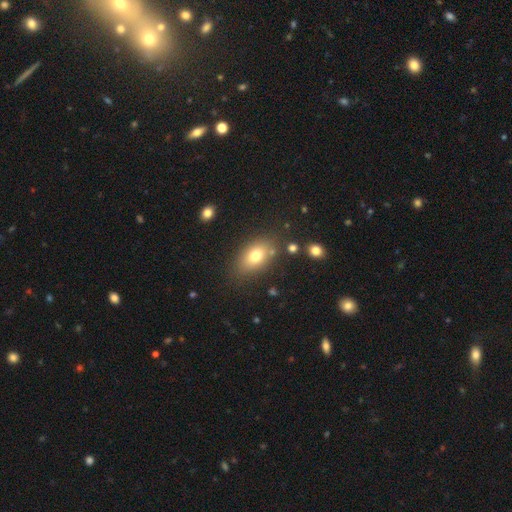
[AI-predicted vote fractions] Q: Smooth or featured?
A: smooth (74%); runner-up: featured or disk (15%)
Q: How rounded?
A: in between (82%); runner-up: round (15%)
Q: Merging?
A: none (78%); runner-up: minor disturbance (13%)